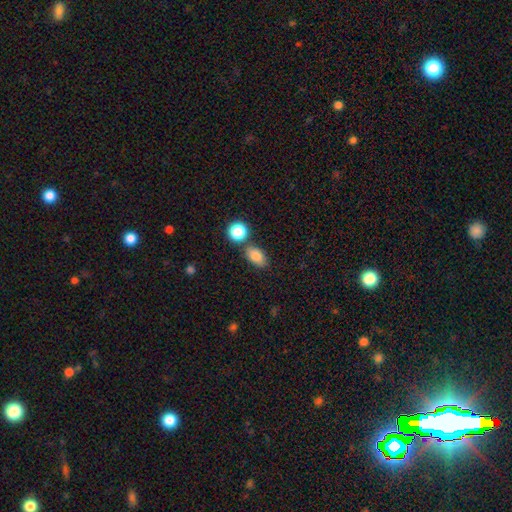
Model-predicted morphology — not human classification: The model was most divided on "merging": none: 71%, merger: 13%, minor disturbance: 13%, major disturbance: 3%. More confident: how rounded — in between (85%); smooth or featured — smooth (83%).